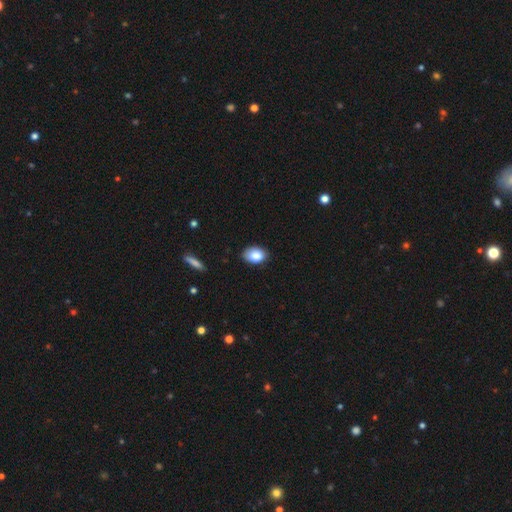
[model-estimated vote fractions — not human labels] Q: Smooth or featured?
A: smooth (86%); runner-up: star or artifact (8%)
Q: How rounded?
A: in between (84%); runner-up: round (14%)
Q: Merging?
A: none (81%); runner-up: minor disturbance (15%)